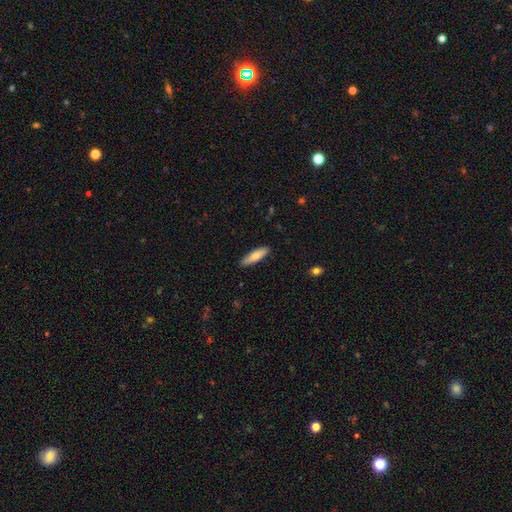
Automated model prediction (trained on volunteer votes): Morphology: type=smooth (77%); roundness=cigar-shaped (65%); merging=none (87%).